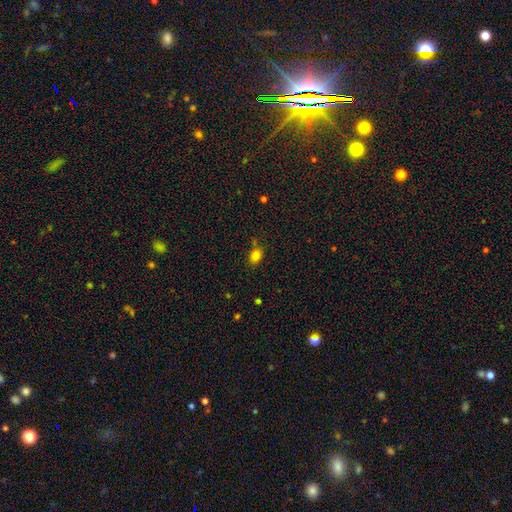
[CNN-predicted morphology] This is clearly a smooth galaxy (82%). How rounded: likely in between (67%). Merging: likely none (76%).